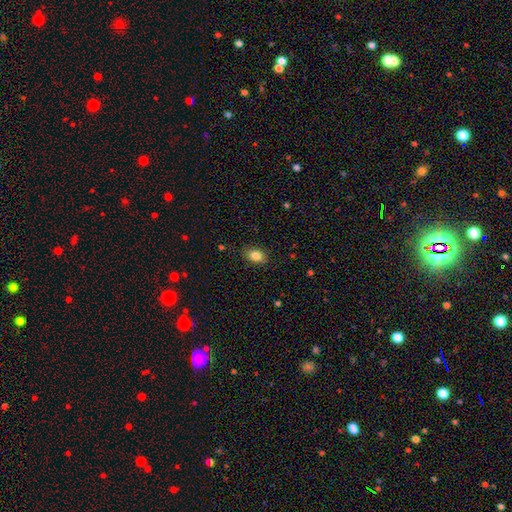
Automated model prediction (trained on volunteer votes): The model was most divided on "how rounded": in between: 82%, round: 17%, cigar-shaped: 2%. More confident: merging — none (85%); smooth or featured — smooth (84%).